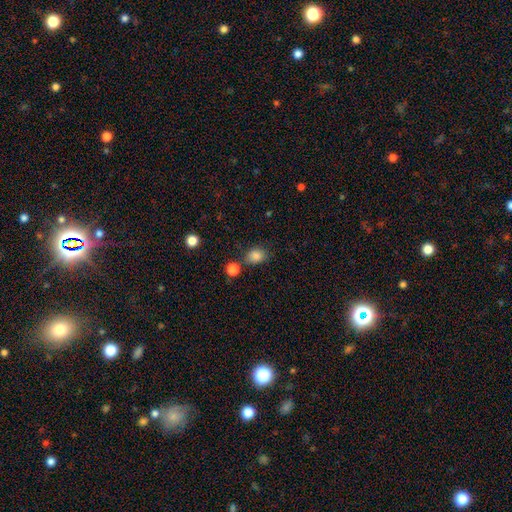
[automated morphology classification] The model was most divided on "how rounded": in between: 56%, round: 43%, cigar-shaped: 1%. More confident: smooth or featured — smooth (84%); merging — none (71%).